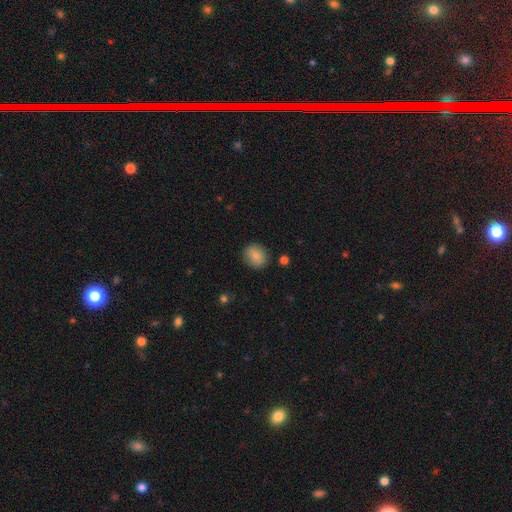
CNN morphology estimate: This is clearly a smooth galaxy (84%). How rounded: likely round (71%). Merging: clearly none (85%).